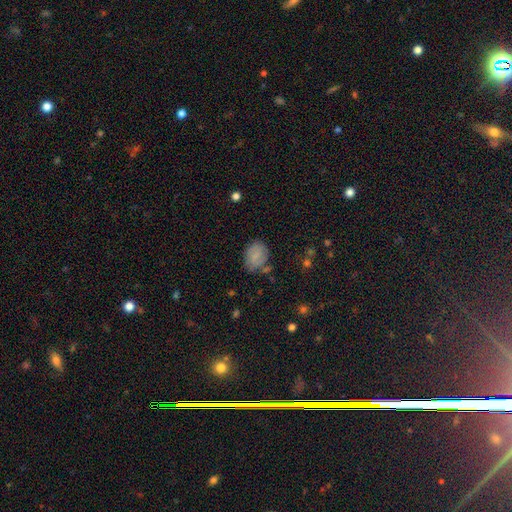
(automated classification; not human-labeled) Smooth or featured? smooth (67%)
How rounded? in between (63%)
Merging? none (67%)